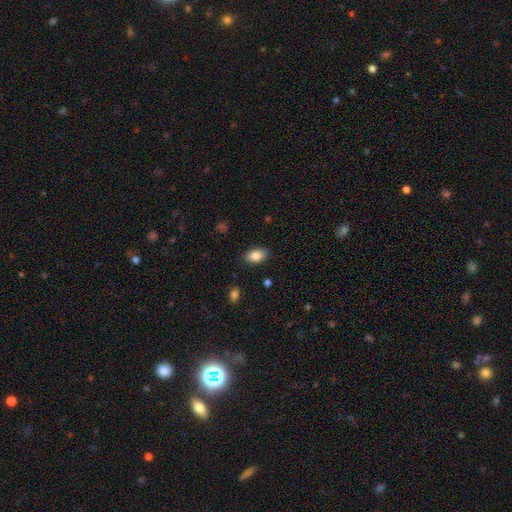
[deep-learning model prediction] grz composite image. It shows a smooth galaxy with no disk features (85%) that is in between round and cigar-shaped (91%). Merging: none (85%).